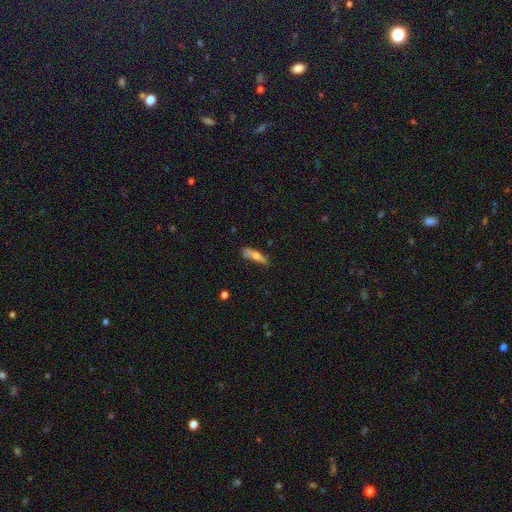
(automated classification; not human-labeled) Smooth or featured?
  - smooth: 63% *
  - featured or disk: 29%
  - star or artifact: 8%
How rounded?
  - cigar-shaped: 74% *
  - in between: 24%
  - round: 2%
Merging?
  - none: 55% *
  - minor disturbance: 28%
  - major disturbance: 11%
  - merger: 5%